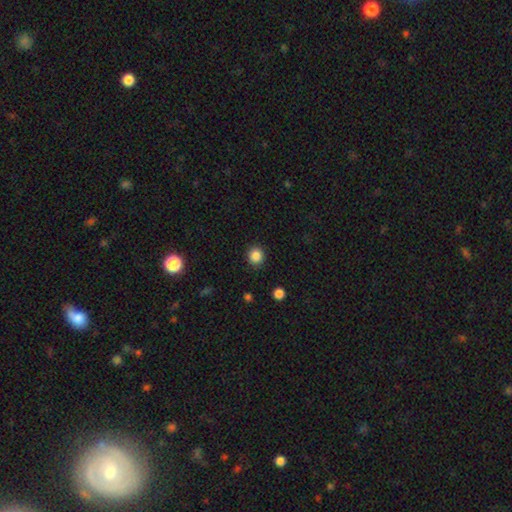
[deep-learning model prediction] smooth 86%, star or artifact 11%, featured or disk 3%. Down the decision tree: how rounded — round (90%); merging — none (91%).